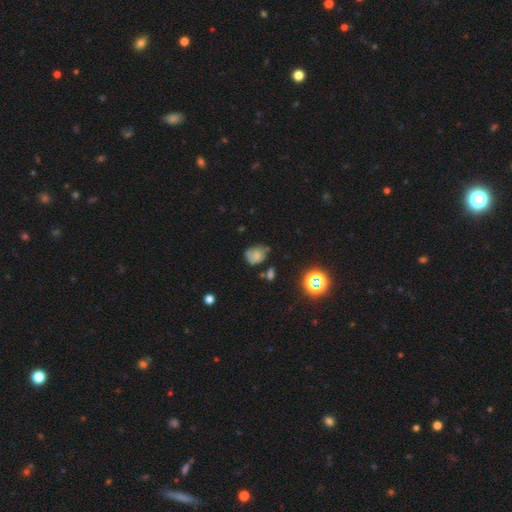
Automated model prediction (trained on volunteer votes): The model was most divided on "how rounded": round: 52%, in between: 47%, cigar-shaped: 1%. Remaining: smooth or featured — smooth (63%); merging — none (47%).